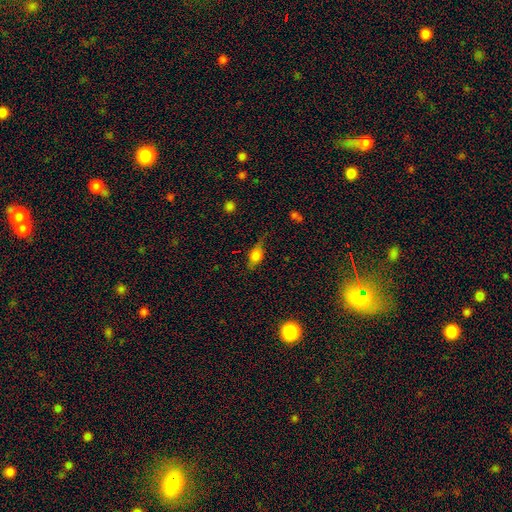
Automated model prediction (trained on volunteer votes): A smooth galaxy with no disk features (67%) that is in between round and cigar-shaped (78%). Merging: none (60%).